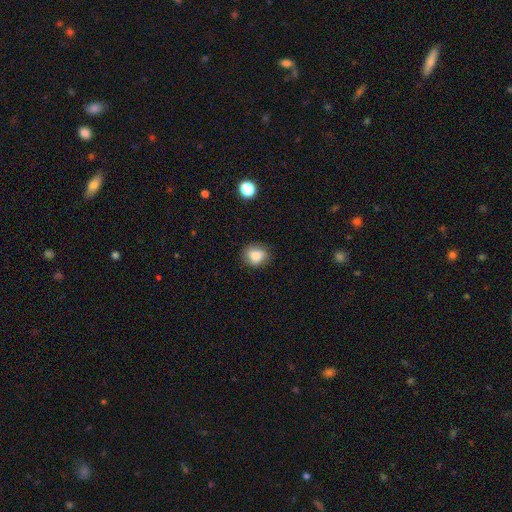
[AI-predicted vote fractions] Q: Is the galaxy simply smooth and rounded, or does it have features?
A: smooth — 82%.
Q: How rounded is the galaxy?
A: round — 63%.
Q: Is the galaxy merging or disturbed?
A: none — 76%.